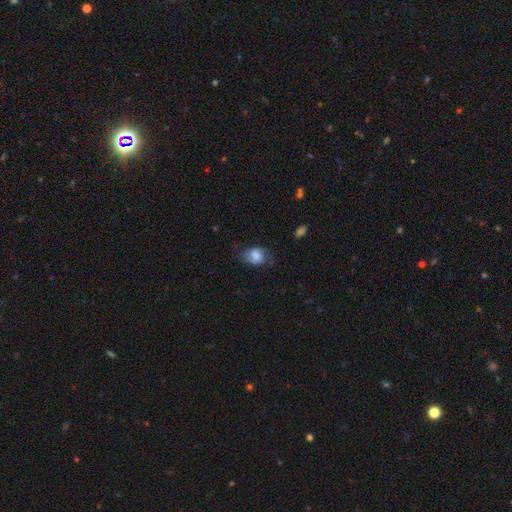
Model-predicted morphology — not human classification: Smooth or featured: smooth — 75% (featured or disk — 17%)
How rounded: in between — 72% (round — 27%)
Merging: none — 51% (minor disturbance — 31%)